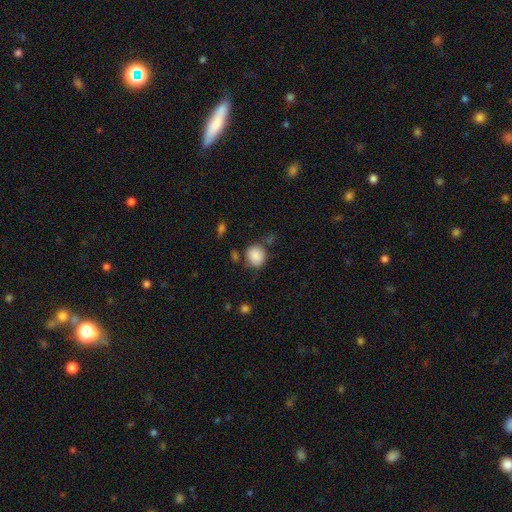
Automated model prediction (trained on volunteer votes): Smooth or featured?
  - smooth: 87% *
  - star or artifact: 8%
  - featured or disk: 4%
How rounded?
  - round: 78% *
  - in between: 21%
  - cigar-shaped: 1%
Merging?
  - none: 69% *
  - minor disturbance: 18%
  - merger: 7%
  - major disturbance: 6%